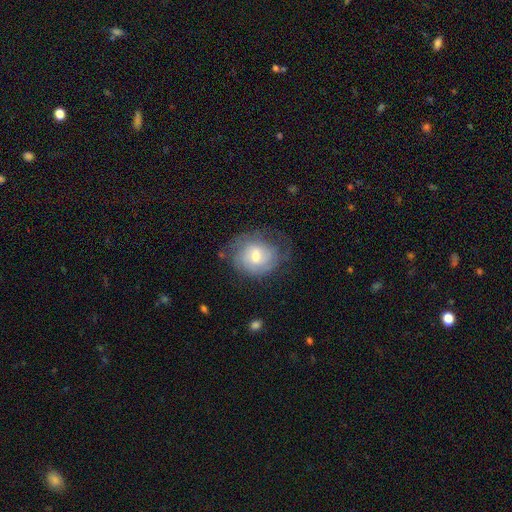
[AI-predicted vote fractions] Q: Smooth or featured?
A: featured or disk (60%); runner-up: smooth (32%)
Q: Edge-on disk?
A: no (96%); runner-up: yes (4%)
Q: Bar?
A: weak (49%); runner-up: no (43%)
Q: Spiral arms?
A: yes (82%); runner-up: no (18%)
Q: Bulge size?
A: moderate (61%); runner-up: small (31%)
Q: Merging?
A: none (58%); runner-up: minor disturbance (24%)